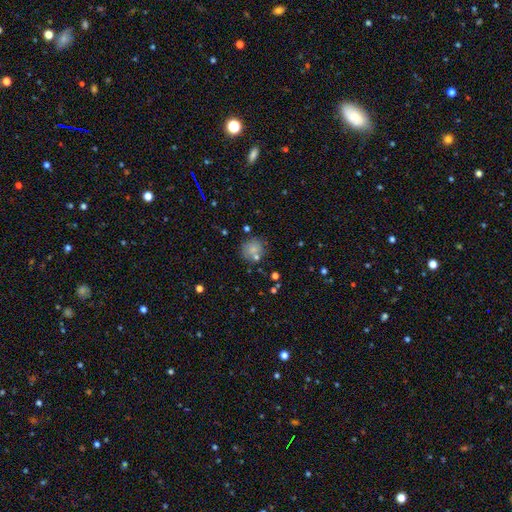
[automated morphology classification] A smooth galaxy with no disk features (69%) that is round (87%).

Vote fractions:
- Smooth or featured? smooth: 69% / star or artifact: 19% / featured or disk: 13%
- How rounded? round: 87% / in between: 12% / cigar-shaped: 1%
- Merging? none: 75% / minor disturbance: 13% / merger: 8% / major disturbance: 4%